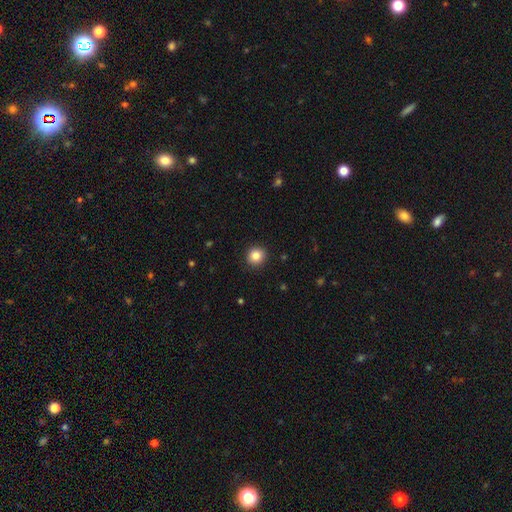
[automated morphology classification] smooth 85%, star or artifact 10%, featured or disk 5%. Down the decision tree: how rounded — round (89%); merging — none (92%).